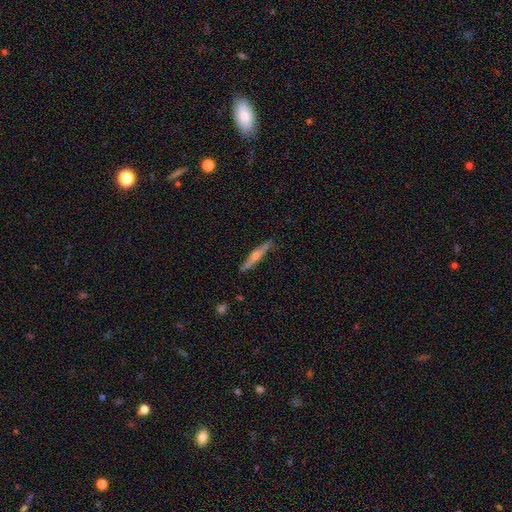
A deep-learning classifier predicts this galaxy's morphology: Smooth or featured: featured or disk — 61% (smooth — 33%)
Edge-on disk: yes — 96% (no — 4%)
Edge-on bulge: rounded — 84% (none — 10%)
Merging: none — 86% (minor disturbance — 11%)